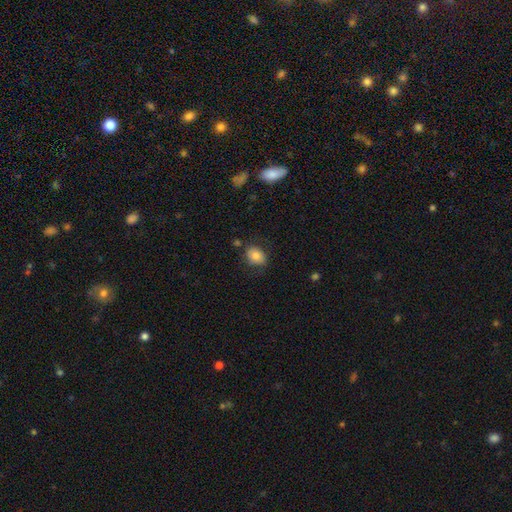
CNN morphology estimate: type=smooth (80%); roundness=in between (65%); merging=none (76%).